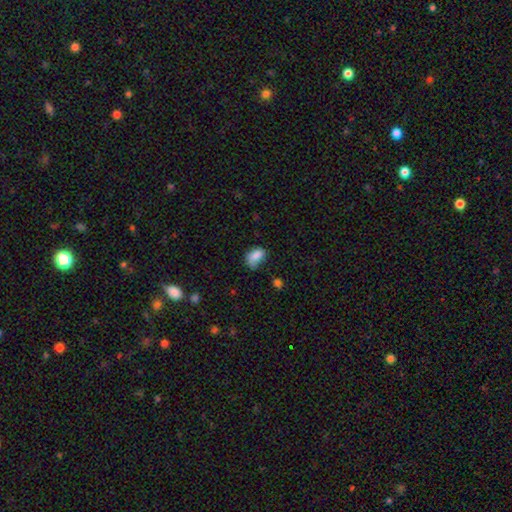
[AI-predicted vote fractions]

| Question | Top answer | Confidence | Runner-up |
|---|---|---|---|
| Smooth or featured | smooth | 82% | star or artifact (9%) |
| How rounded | in between | 86% | round (12%) |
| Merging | none | 42% | minor disturbance (38%) |